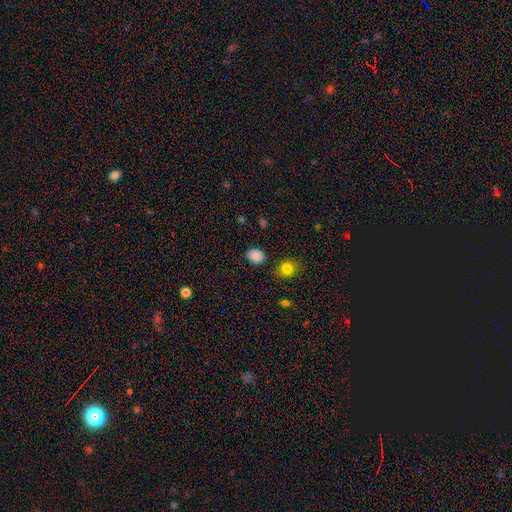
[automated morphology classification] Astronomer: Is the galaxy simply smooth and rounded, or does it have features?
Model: smooth — 87%.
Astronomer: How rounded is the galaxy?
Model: in between — 61% (runner-up: round, 38%).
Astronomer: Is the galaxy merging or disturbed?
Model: none — 82%.